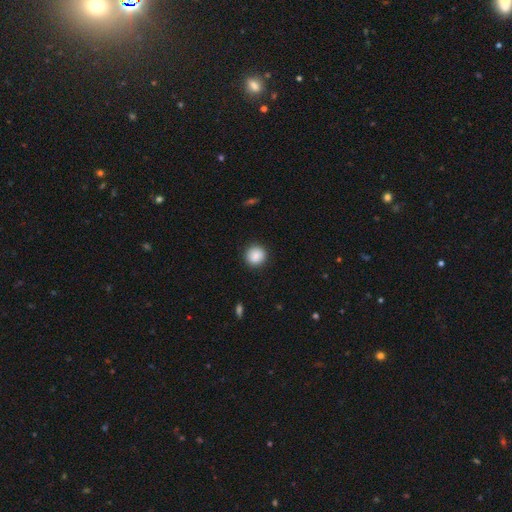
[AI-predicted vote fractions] Smooth or featured? Predicted: smooth (p=0.88). How rounded? Predicted: round (p=0.93). Merging? Predicted: none (p=0.91).